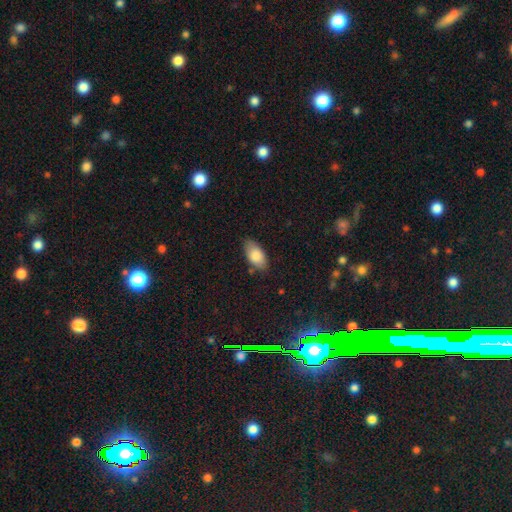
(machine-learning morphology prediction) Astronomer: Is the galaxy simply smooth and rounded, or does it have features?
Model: smooth — 84%.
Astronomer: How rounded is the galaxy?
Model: in between — 93%.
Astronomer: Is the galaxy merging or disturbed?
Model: none — 76%.